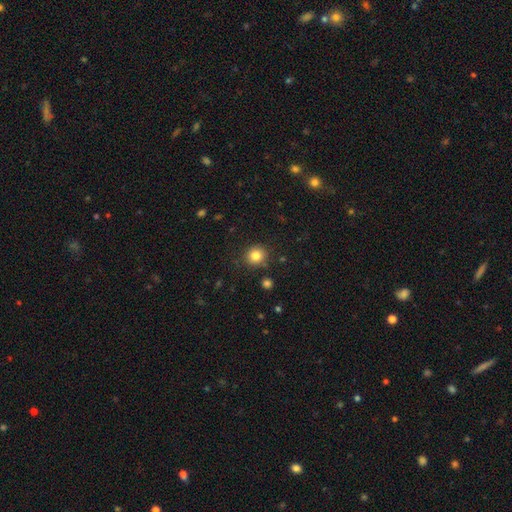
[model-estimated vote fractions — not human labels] The model was most divided on "smooth or featured": smooth: 82%, star or artifact: 12%, featured or disk: 6%. More confident: how rounded — round (89%); merging — none (87%).